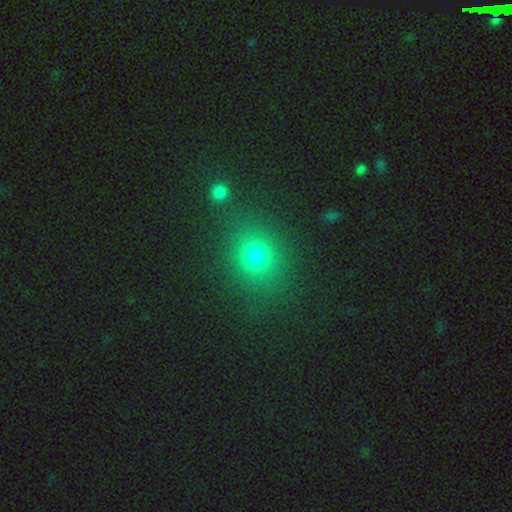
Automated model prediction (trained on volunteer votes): This is likely a smooth galaxy (74%). How rounded: likely round (70%). Merging: likely none (79%).